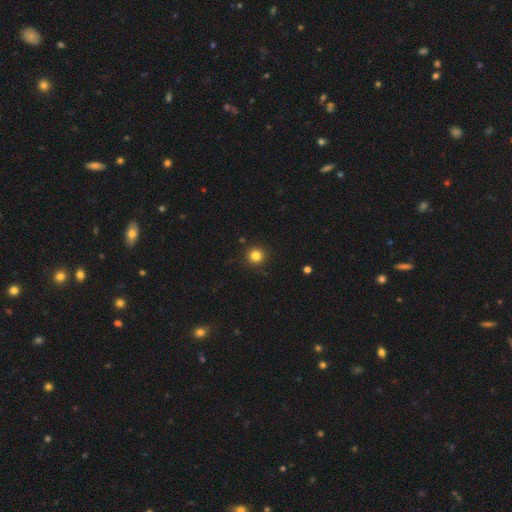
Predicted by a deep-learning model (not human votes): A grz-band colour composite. It shows a smooth galaxy with no disk features (83%) that is round (96%). Merging: none (92%).